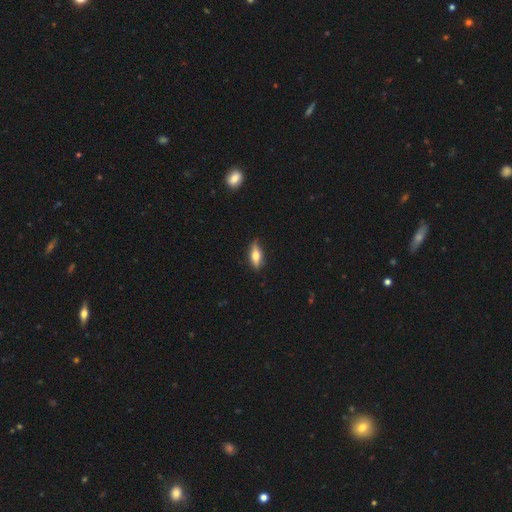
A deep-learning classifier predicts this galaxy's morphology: Smooth or featured? smooth (50%)
Merging? none (79%)